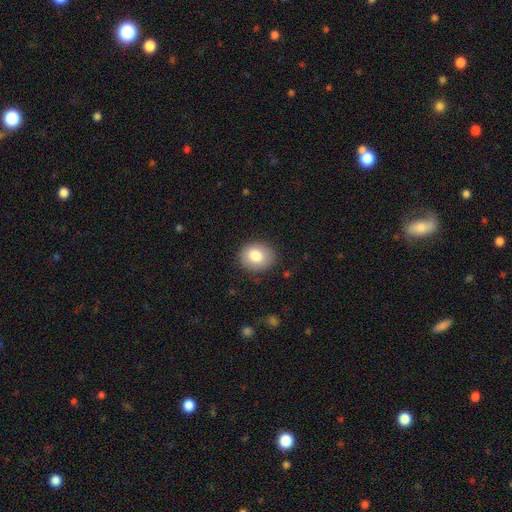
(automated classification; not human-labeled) smooth 82%, featured or disk 10%, star or artifact 8%. Down the decision tree: how rounded — round (61%); merging — none (86%).